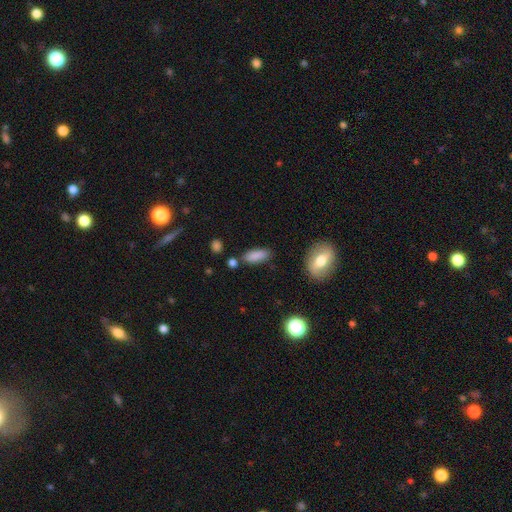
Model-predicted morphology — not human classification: Smooth or featured?
  - smooth: 86% *
  - star or artifact: 8%
  - featured or disk: 6%
How rounded?
  - in between: 75% *
  - cigar-shaped: 22%
  - round: 3%
Merging?
  - none: 78% *
  - minor disturbance: 13%
  - merger: 6%
  - major disturbance: 3%